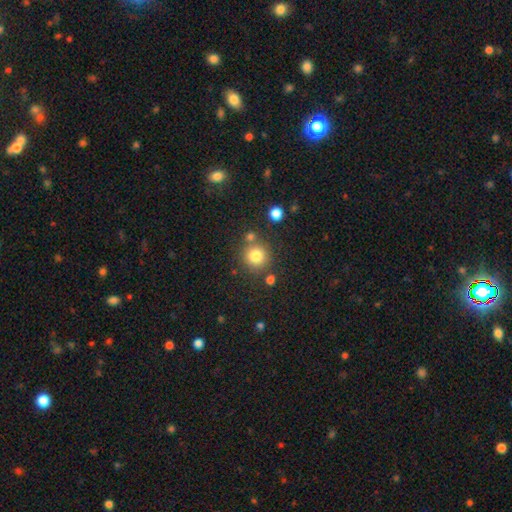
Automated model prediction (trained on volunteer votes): Q: Smooth or featured?
A: smooth (80%); runner-up: star or artifact (13%)
Q: How rounded?
A: round (92%); runner-up: in between (7%)
Q: Merging?
A: none (76%); runner-up: merger (12%)